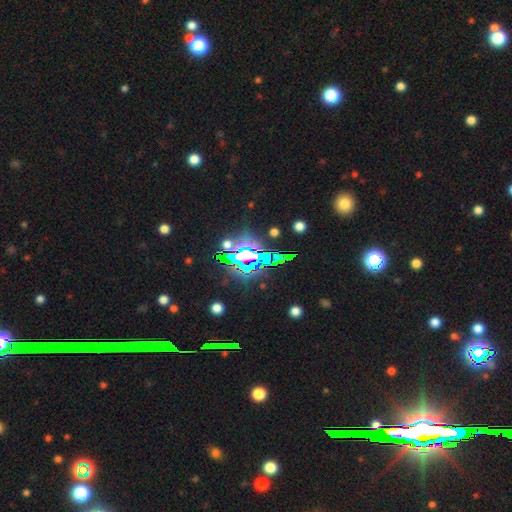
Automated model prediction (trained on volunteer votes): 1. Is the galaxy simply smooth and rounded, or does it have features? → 74% star or artifact, 13% featured or disk, 13% smooth.